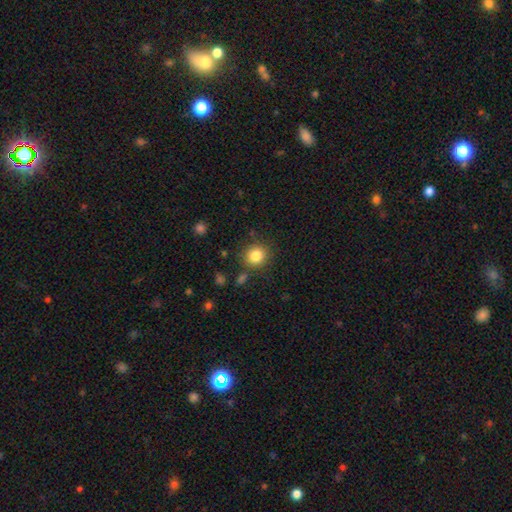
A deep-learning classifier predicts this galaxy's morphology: Overall: smooth (83%). How rounded: round (84%). Merging: none (83%).